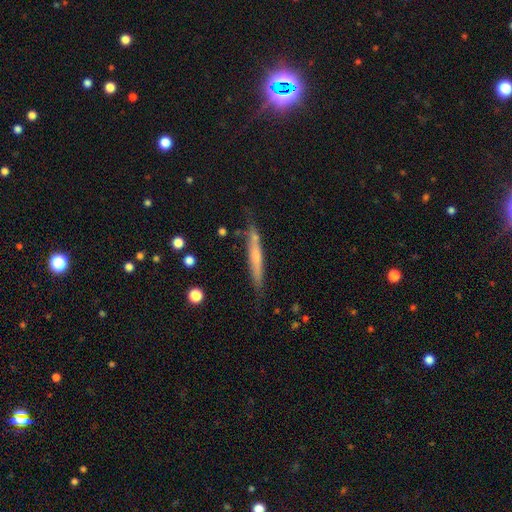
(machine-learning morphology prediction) Smooth or featured: featured or disk — 48% (smooth — 46%)
Merging: none — 77% (minor disturbance — 17%)